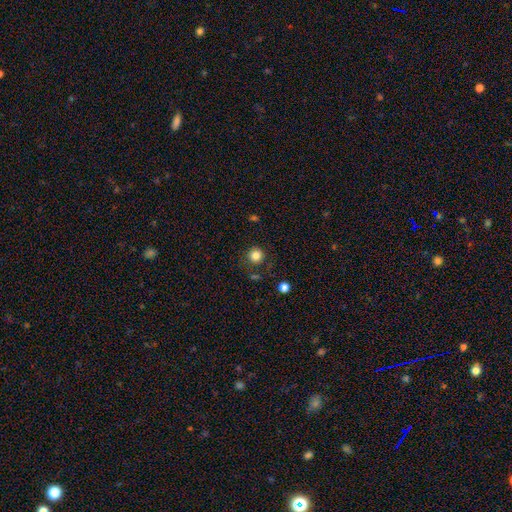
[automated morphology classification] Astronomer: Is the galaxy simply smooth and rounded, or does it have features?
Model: smooth — 83%.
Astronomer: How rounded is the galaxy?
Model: round — 94%.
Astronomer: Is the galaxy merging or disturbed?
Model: none — 83%.